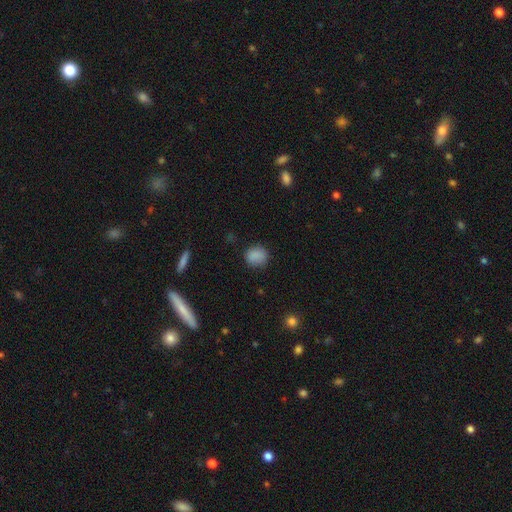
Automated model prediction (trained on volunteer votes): Smooth or featured? Predicted: smooth (p=0.85). How rounded? Predicted: round (p=0.68). Merging? Predicted: none (p=0.81).